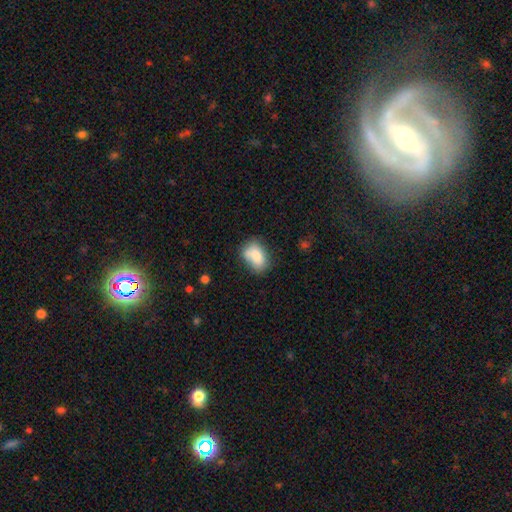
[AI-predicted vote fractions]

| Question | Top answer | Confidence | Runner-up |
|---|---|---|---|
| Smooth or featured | smooth | 80% | featured or disk (12%) |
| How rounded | in between | 82% | round (16%) |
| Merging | none | 53% | minor disturbance (26%) |